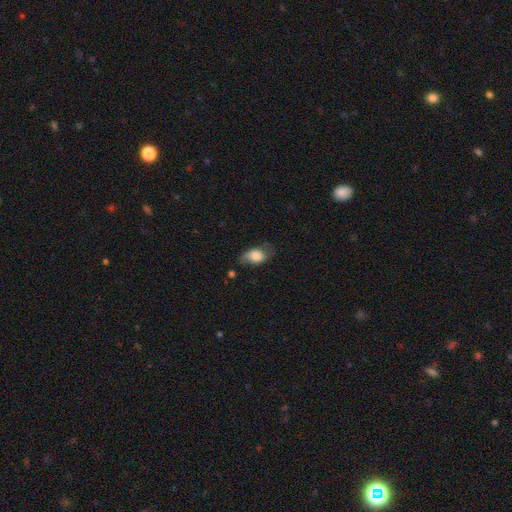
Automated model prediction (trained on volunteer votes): Smooth or featured? Predicted: smooth (p=0.76). How rounded? Predicted: in between (p=0.85). Merging? Predicted: none (p=0.56).